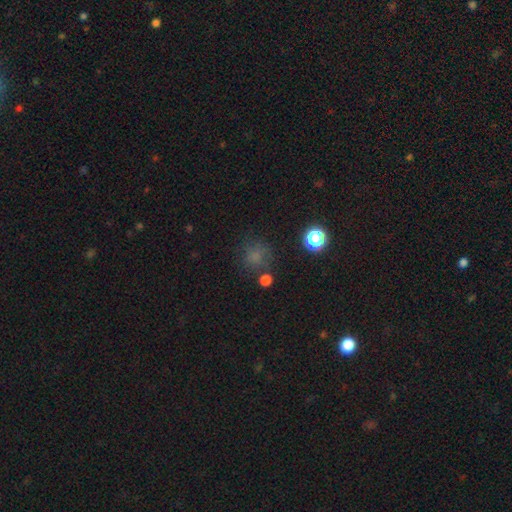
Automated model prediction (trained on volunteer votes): Smooth or featured? Predicted: smooth (p=0.68). How rounded? Predicted: round (p=0.84). Merging? Predicted: none (p=0.69).